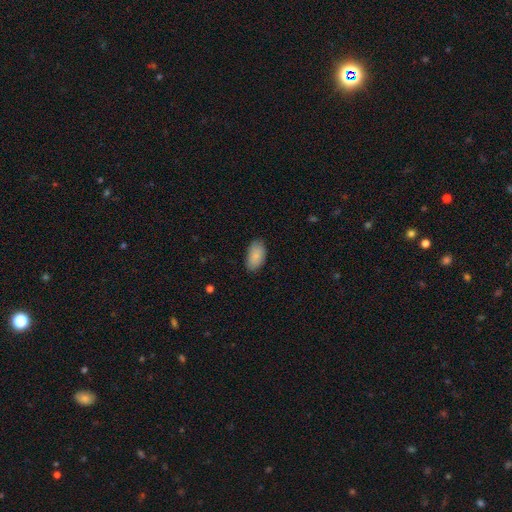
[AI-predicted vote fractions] A smooth galaxy with no disk features (86%) that is in between round and cigar-shaped (94%). Merging: none (80%).